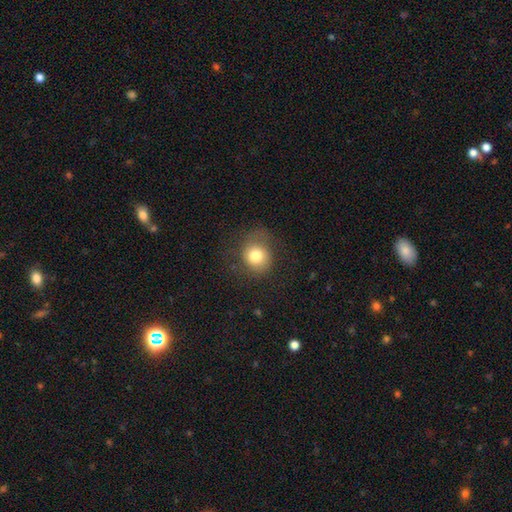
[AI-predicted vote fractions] Smooth or featured? Predicted: smooth (p=0.77). How rounded? Predicted: round (p=0.78). Merging? Predicted: none (p=0.66).